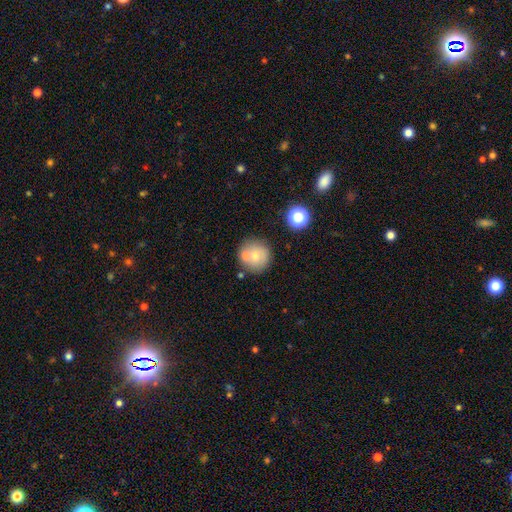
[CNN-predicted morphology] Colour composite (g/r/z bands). It shows a smooth galaxy with no disk features (68%) that is round (92%). Merging: none (63%).